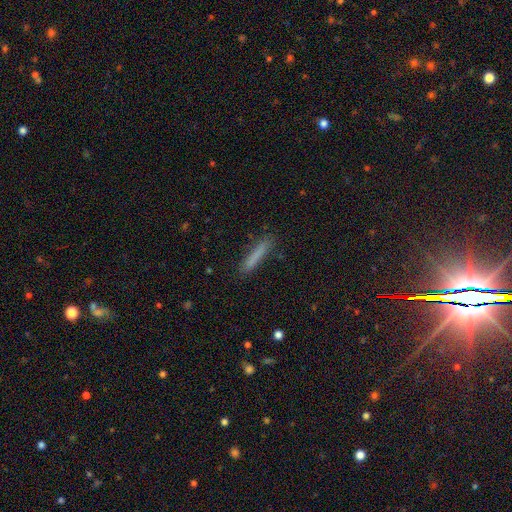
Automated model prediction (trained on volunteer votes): This is likely a smooth galaxy (79%). How rounded: clearly cigar-shaped (94%). Merging: clearly none (86%).